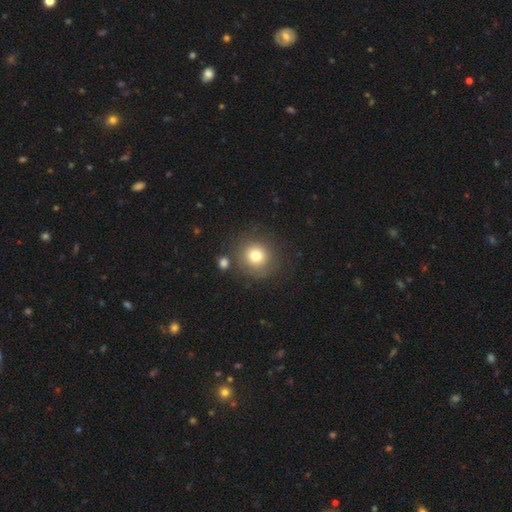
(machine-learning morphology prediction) This appears to be a smooth galaxy with no disk features (76%) that is round (91%). Merging: none (79%).